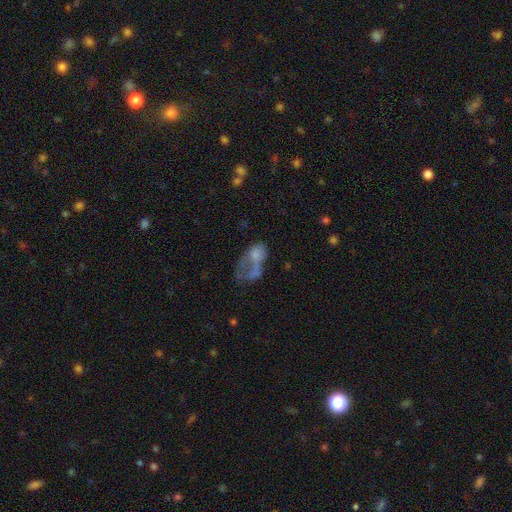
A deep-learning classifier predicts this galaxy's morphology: A smooth galaxy with no disk features (54%) that is in between round and cigar-shaped (84%).

Vote fractions:
- Smooth or featured? smooth: 54% / featured or disk: 34% / star or artifact: 11%
- How rounded? in between: 84% / round: 13% / cigar-shaped: 3%
- Merging? major disturbance: 42% / merger: 32% / none: 14% / minor disturbance: 12%